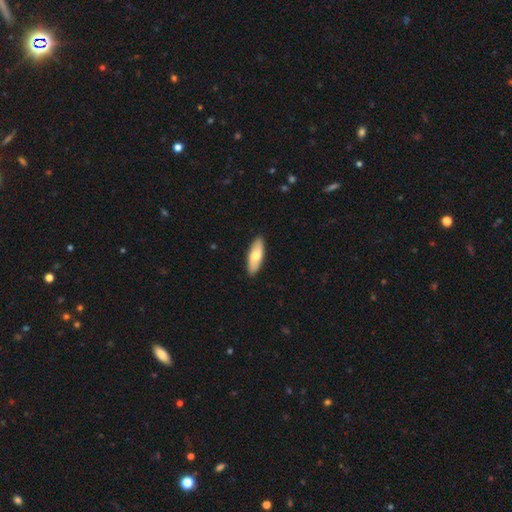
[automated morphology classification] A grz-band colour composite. It shows a smooth galaxy with no disk features (70%) that is in between round and cigar-shaped (70%). Merging: none (90%).